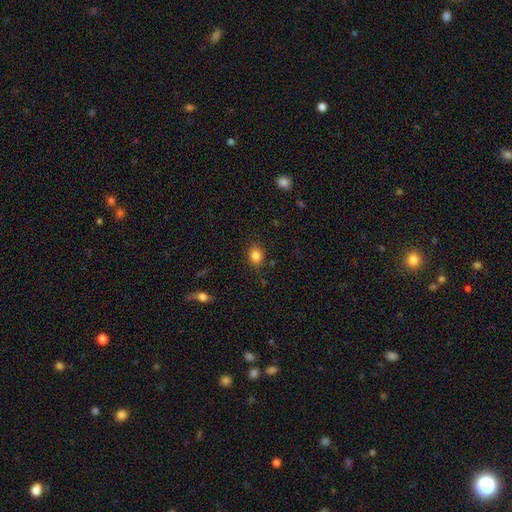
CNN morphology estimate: The model was most divided on "how rounded": in between: 51%, round: 48%, cigar-shaped: 1%. More confident: smooth or featured — smooth (83%); merging — none (82%).